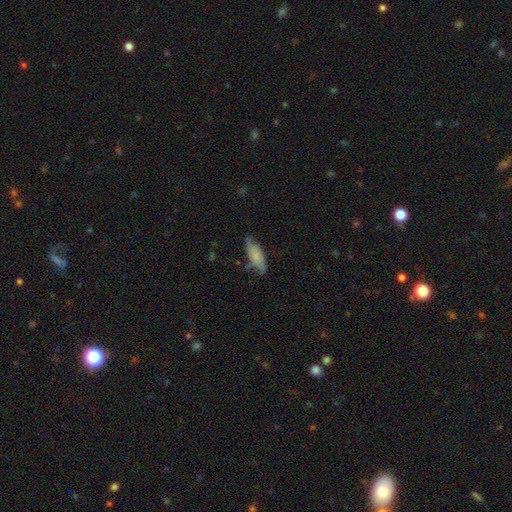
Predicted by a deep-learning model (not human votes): smooth-or-featured: smooth: 69% | featured or disk: 24% | star or artifact: 7%
  how-rounded: in between: 67% | cigar-shaped: 30% | round: 2%
  merging: none: 61% | minor disturbance: 29% | major disturbance: 7% | merger: 3%